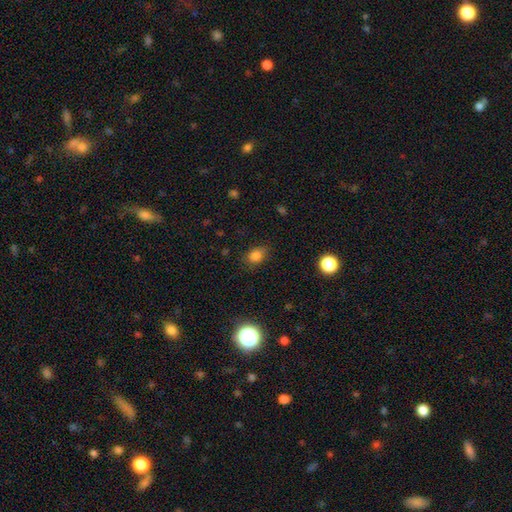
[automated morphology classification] smooth 80%, star or artifact 14%, featured or disk 6%. Down the decision tree: how rounded — in between (66%); merging — none (80%).